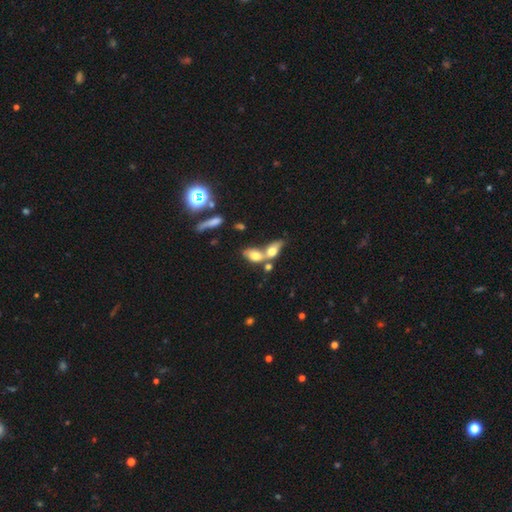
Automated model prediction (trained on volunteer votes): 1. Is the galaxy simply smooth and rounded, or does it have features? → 67% smooth, 22% featured or disk, 11% star or artifact.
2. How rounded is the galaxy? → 80% in between, 12% round, 8% cigar-shaped.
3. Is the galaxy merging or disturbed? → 70% merger, 18% none, 7% minor disturbance, 5% major disturbance.